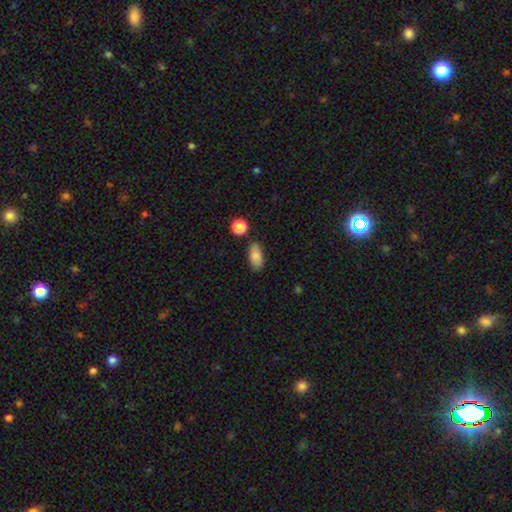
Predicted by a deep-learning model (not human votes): smooth 85%, star or artifact 8%, featured or disk 7%. Down the decision tree: how rounded — in between (89%); merging — none (81%).